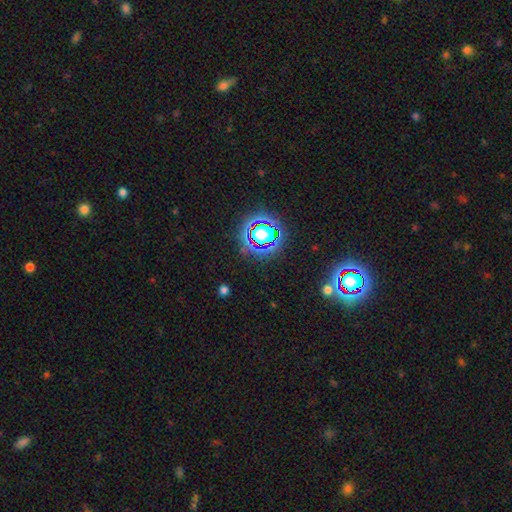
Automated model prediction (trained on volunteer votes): star or artifact 81%, smooth 12%, featured or disk 7%.